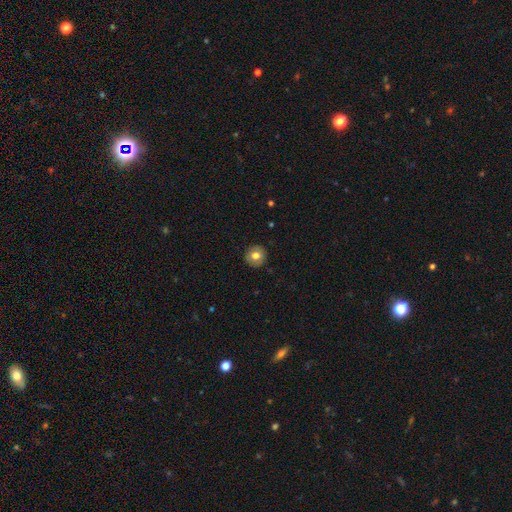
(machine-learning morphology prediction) type=smooth (72%); roundness=round (92%); merging=none (90%).